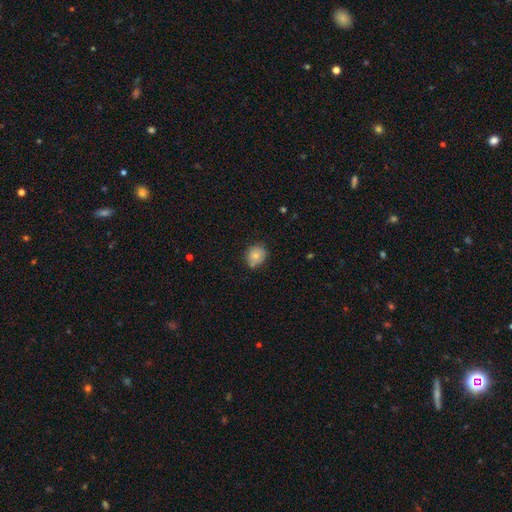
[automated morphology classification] smooth_or_featured: smooth (p=0.76) [alt: featured or disk p=0.14]
how_rounded: round (p=0.72) [alt: in between p=0.27]
merging: none (p=0.68) [alt: minor disturbance p=0.24]